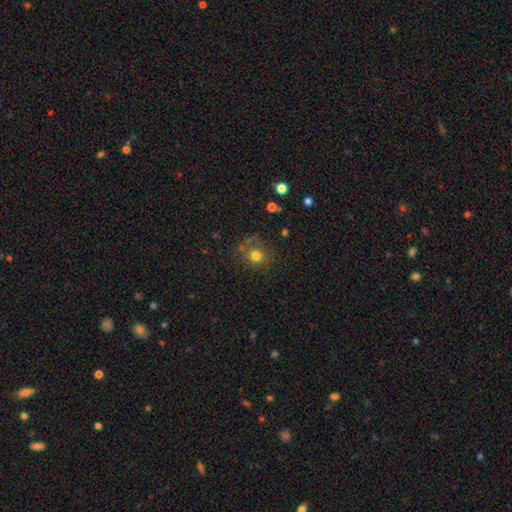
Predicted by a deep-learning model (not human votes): smooth 77%, star or artifact 15%, featured or disk 8%. Down the decision tree: how rounded — round (88%); merging — none (72%).